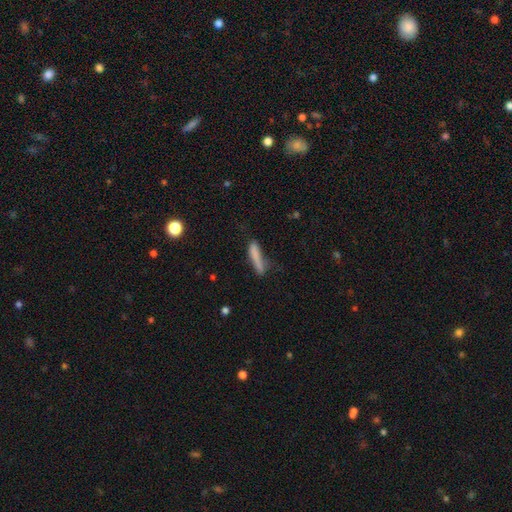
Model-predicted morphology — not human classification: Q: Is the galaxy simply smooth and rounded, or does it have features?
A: smooth — 75%.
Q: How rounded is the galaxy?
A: cigar-shaped — 88%.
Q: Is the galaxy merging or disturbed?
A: none — 55%.